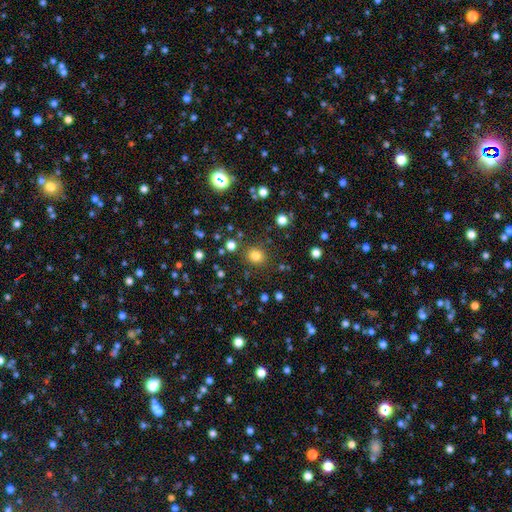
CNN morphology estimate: Smooth or featured?
  - smooth: 80% *
  - star or artifact: 15%
  - featured or disk: 6%
How rounded?
  - round: 84% *
  - in between: 15%
  - cigar-shaped: 1%
Merging?
  - none: 86% *
  - minor disturbance: 8%
  - merger: 3%
  - major disturbance: 3%